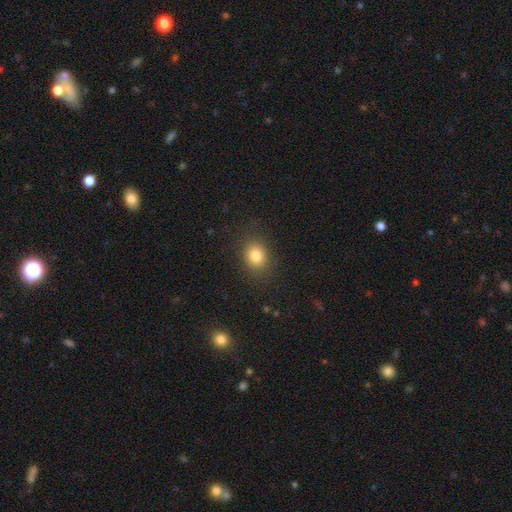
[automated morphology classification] Overall: smooth (82%). How rounded: round (55%; in between 44%). Merging: none (84%).